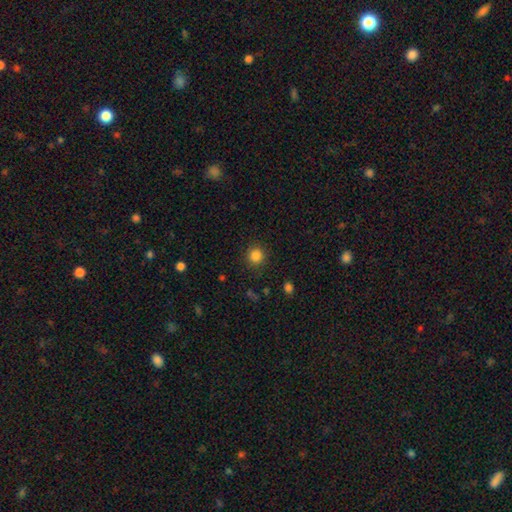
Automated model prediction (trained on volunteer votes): smooth 85%, star or artifact 12%, featured or disk 4%. Down the decision tree: how rounded — round (92%); merging — none (89%).